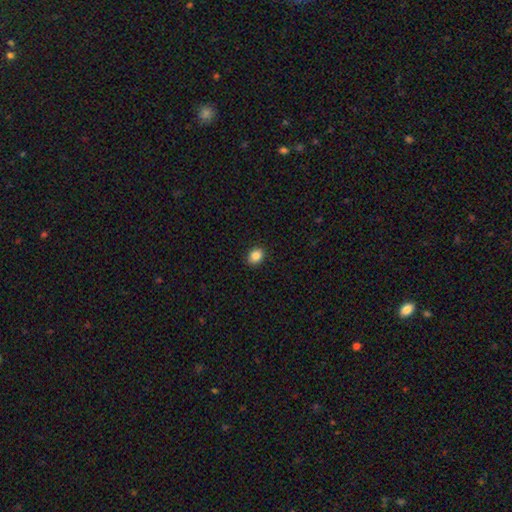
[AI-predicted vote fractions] Morphology: type=smooth (86%); roundness=in between (51%); merging=none (91%).